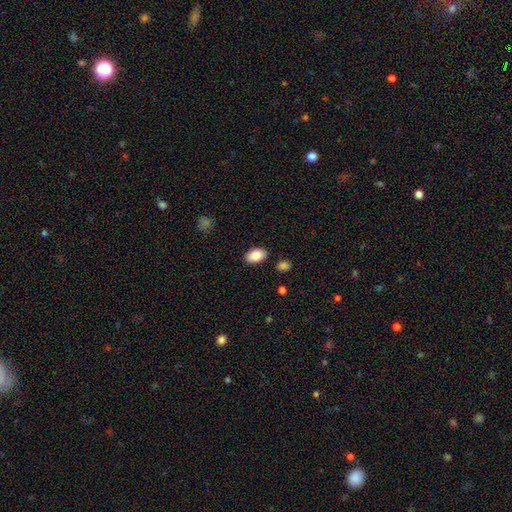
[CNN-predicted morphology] This appears to be a smooth galaxy with no disk features (87%) that is in between round and cigar-shaped (92%). Merging: none (86%).